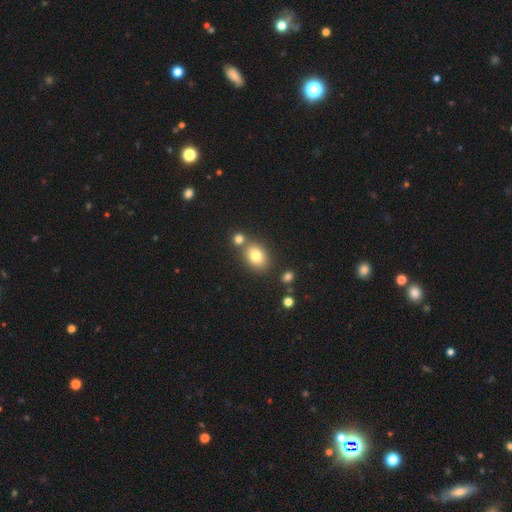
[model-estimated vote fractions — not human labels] A smooth galaxy with no disk features (80%) that is in between round and cigar-shaped (64%).

Vote fractions:
- Smooth or featured? smooth: 80% / star or artifact: 11% / featured or disk: 10%
- How rounded? in between: 64% / round: 35% / cigar-shaped: 1%
- Merging? none: 66% / merger: 20% / minor disturbance: 11% / major disturbance: 3%